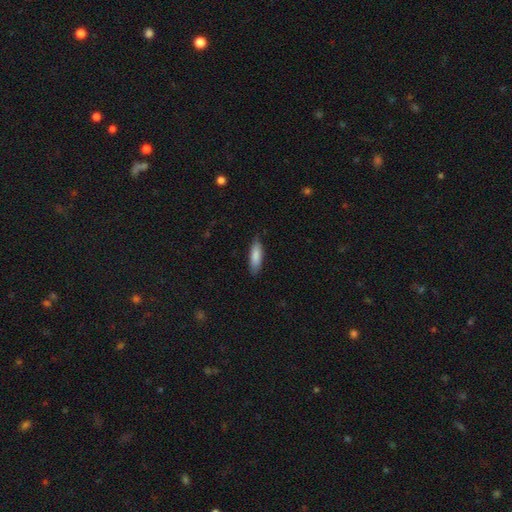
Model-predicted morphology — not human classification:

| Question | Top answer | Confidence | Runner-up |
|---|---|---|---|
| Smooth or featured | smooth | 84% | featured or disk (10%) |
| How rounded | cigar-shaped | 52% | in between (47%) |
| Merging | none | 81% | minor disturbance (15%) |